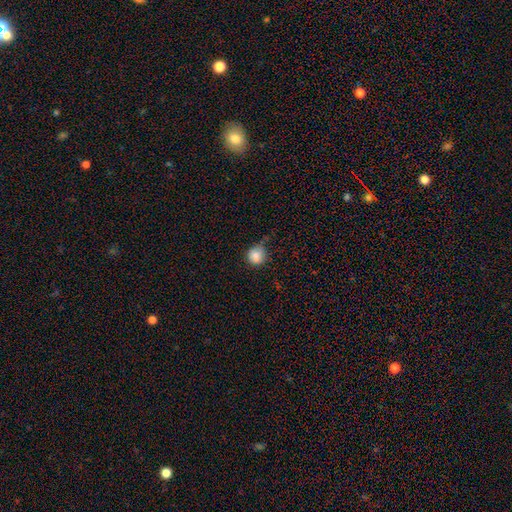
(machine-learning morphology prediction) A smooth galaxy with no disk features (85%) that is round (89%). Merging: none (56%).